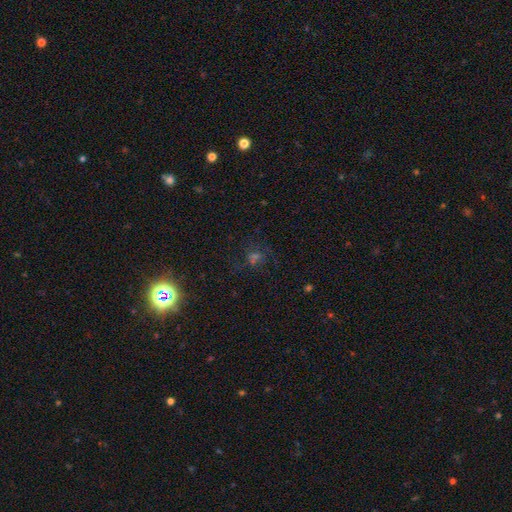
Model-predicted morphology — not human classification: smooth-or-featured: star or artifact: 58% | smooth: 28% | featured or disk: 14%